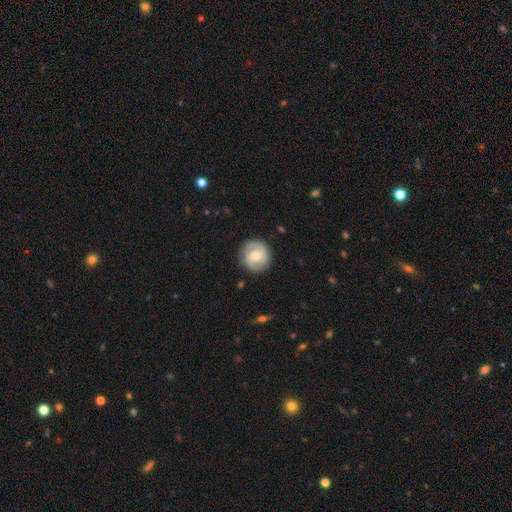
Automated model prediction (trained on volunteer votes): smooth-or-featured: featured or disk: 59% | smooth: 35% | star or artifact: 6%
  disk-edge-on: no: 97% | yes: 3%
    bar: weak: 48% | no: 36% | strong: 16%
    has-spiral-arms: yes: 83% | no: 17%
    bulge-size: moderate: 56% | small: 40% | large: 2% | none: 1% | dominant: 1%
  merging: none: 87% | minor disturbance: 9% | major disturbance: 3% | merger: 1%